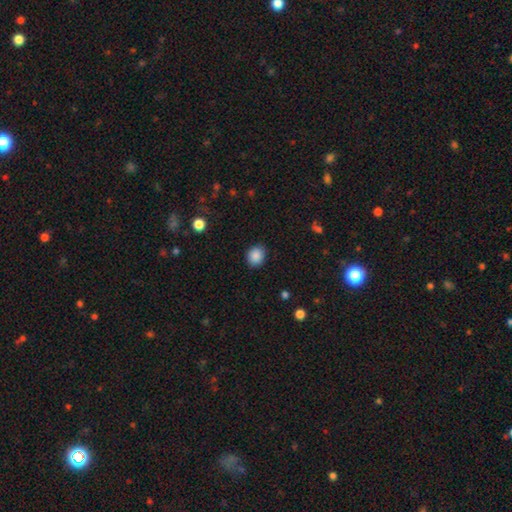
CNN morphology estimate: This appears to be a smooth galaxy with no disk features (88%) that is round (67%). Merging: none (87%).